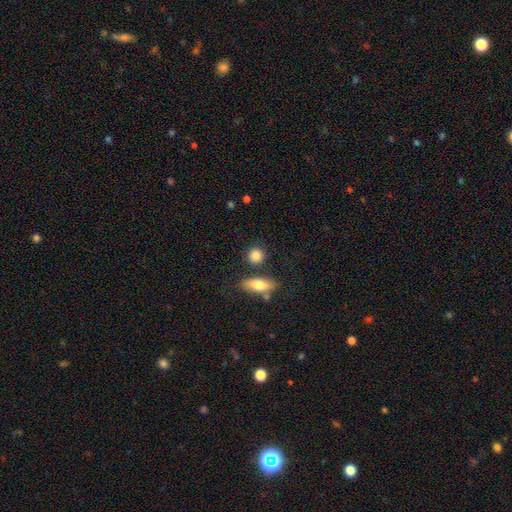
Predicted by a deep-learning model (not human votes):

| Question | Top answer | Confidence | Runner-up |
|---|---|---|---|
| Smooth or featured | smooth | 85% | star or artifact (8%) |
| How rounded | round | 76% | in between (21%) |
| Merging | none | 75% | minor disturbance (11%) |